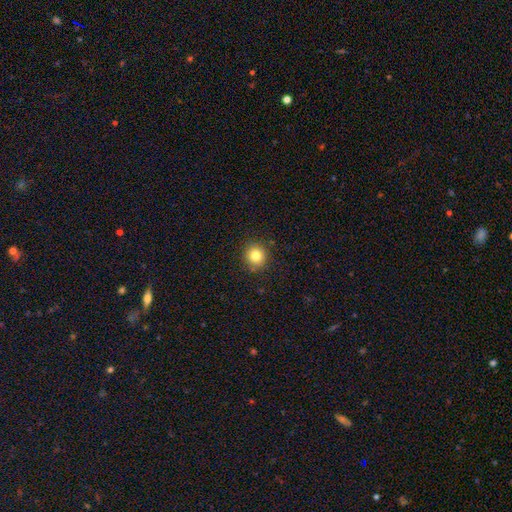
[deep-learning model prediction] A smooth galaxy with no disk features (81%) that is round (91%). Merging: none (89%).